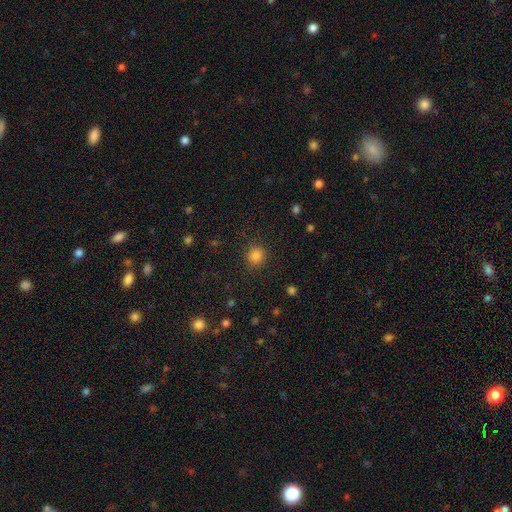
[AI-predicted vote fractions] A smooth galaxy with no disk features (84%) that is round (91%).

Vote fractions:
- Smooth or featured? smooth: 84% / star or artifact: 13% / featured or disk: 4%
- How rounded? round: 91% / in between: 8% / cigar-shaped: 1%
- Merging? none: 88% / minor disturbance: 7% / major disturbance: 3% / merger: 1%